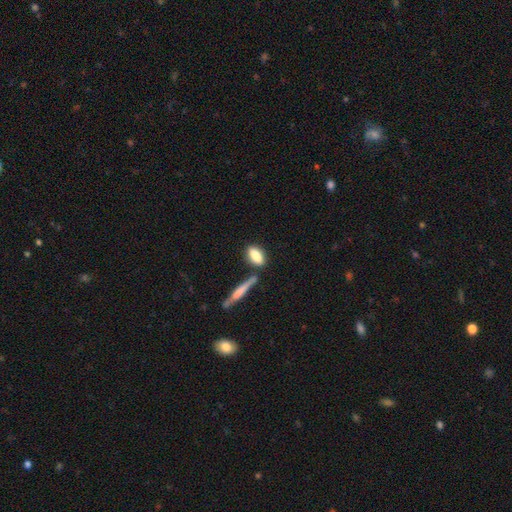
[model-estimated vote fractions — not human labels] The model was most divided on "merging": none: 66%, merger: 16%, minor disturbance: 14%, major disturbance: 4%. More confident: smooth or featured — smooth (82%); how rounded — in between (76%).